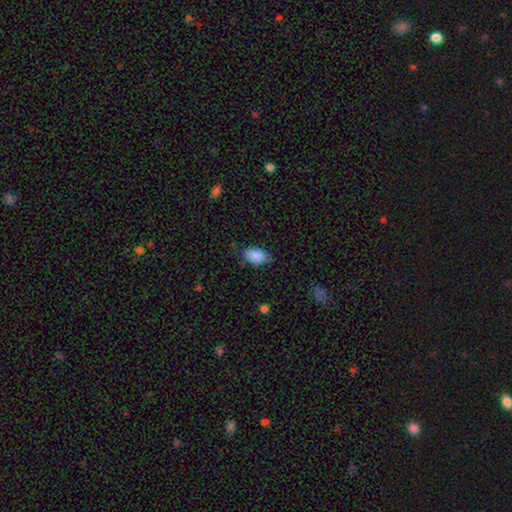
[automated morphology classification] Smooth or featured? smooth (88%)
How rounded? in between (92%)
Merging? none (75%)